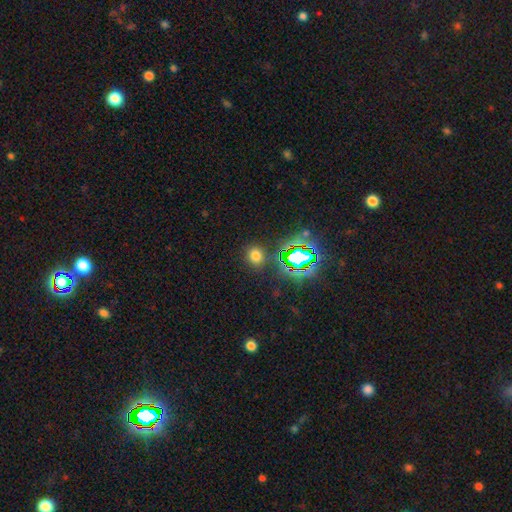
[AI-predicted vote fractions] This appears to be a smooth galaxy with no disk features (64%) that is round (71%). Merging: none (85%).